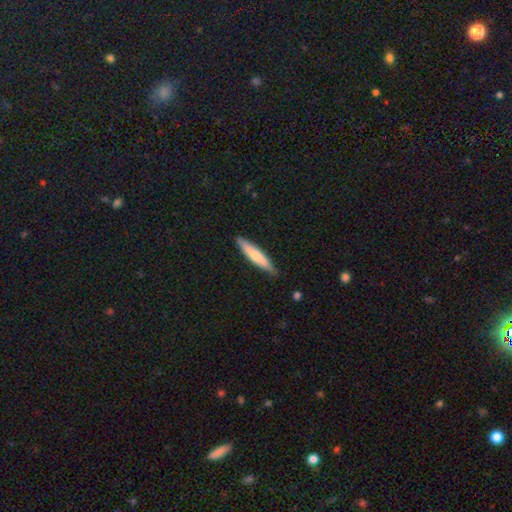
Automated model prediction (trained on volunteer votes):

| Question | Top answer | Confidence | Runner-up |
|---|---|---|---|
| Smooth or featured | smooth | 64% | featured or disk (31%) |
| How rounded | cigar-shaped | 86% | in between (12%) |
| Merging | none | 85% | minor disturbance (12%) |